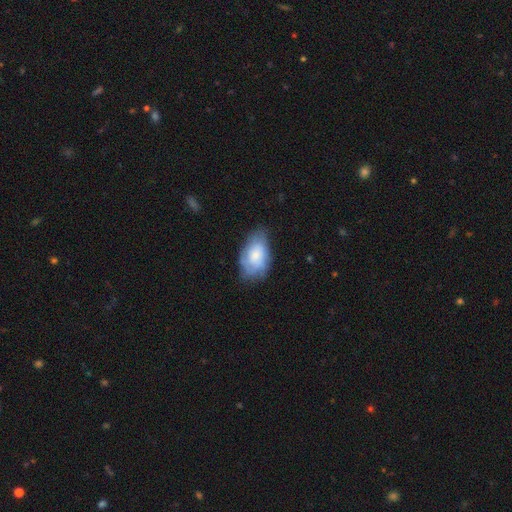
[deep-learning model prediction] Smooth or featured? Predicted: smooth (p=0.63). How rounded? Predicted: in between (p=0.91). Merging? Predicted: none (p=0.58).